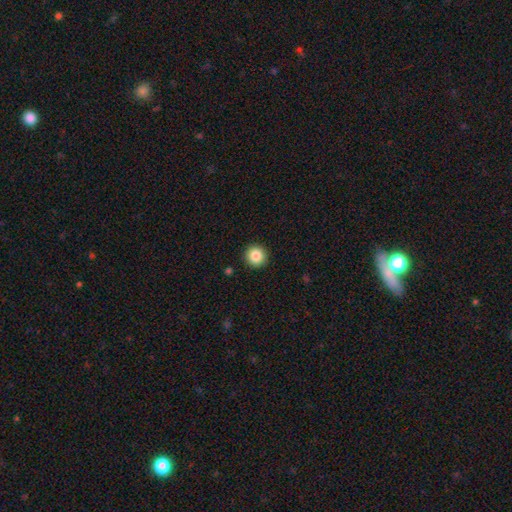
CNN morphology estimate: smooth 86%, star or artifact 9%, featured or disk 5%. Down the decision tree: how rounded — round (95%); merging — none (92%).